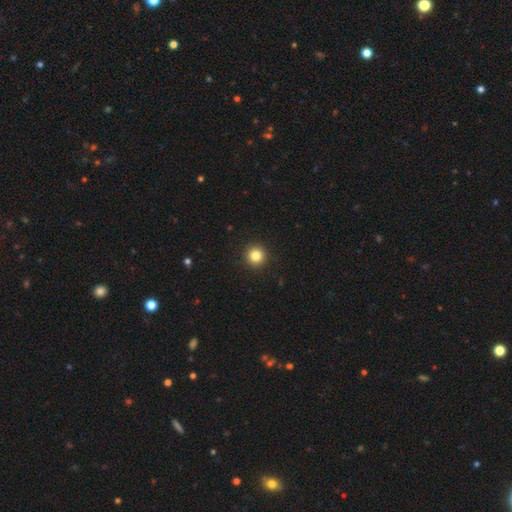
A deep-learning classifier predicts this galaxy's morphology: type=smooth (83%); roundness=round (96%); merging=none (93%).